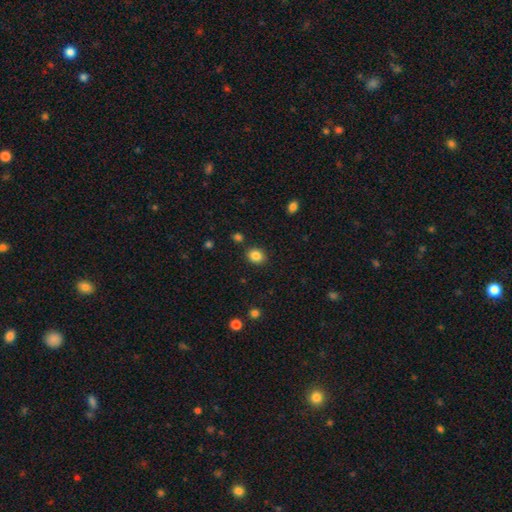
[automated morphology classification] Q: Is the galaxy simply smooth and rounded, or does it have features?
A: smooth — 85%.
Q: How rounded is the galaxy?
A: round — 59%.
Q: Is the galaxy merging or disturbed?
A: none — 85%.